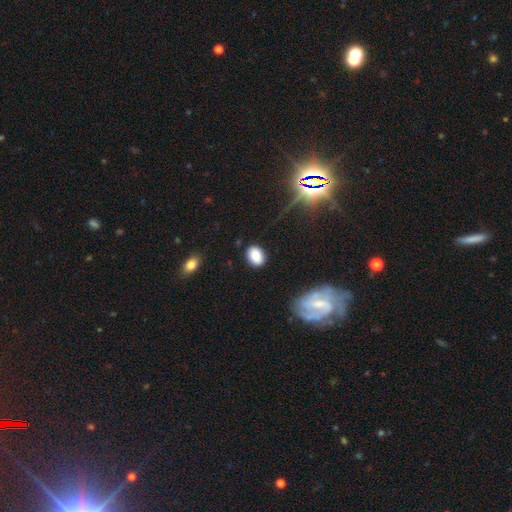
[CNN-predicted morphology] smooth 83%, star or artifact 10%, featured or disk 7%. Down the decision tree: how rounded — in between (70%); merging — none (84%).